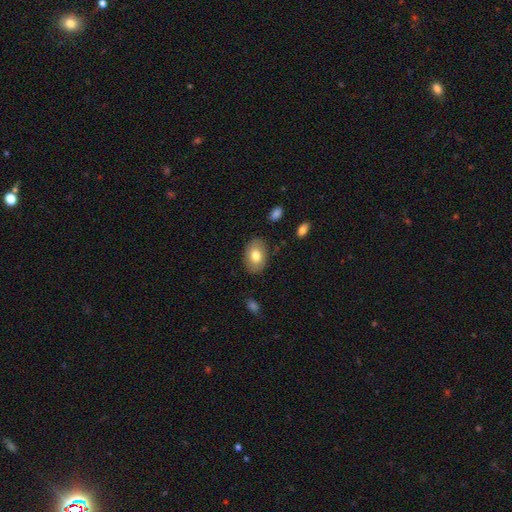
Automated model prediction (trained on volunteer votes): The model was most divided on "smooth or featured": smooth: 75%, featured or disk: 17%, star or artifact: 7%. More confident: how rounded — in between (85%); merging — none (84%).